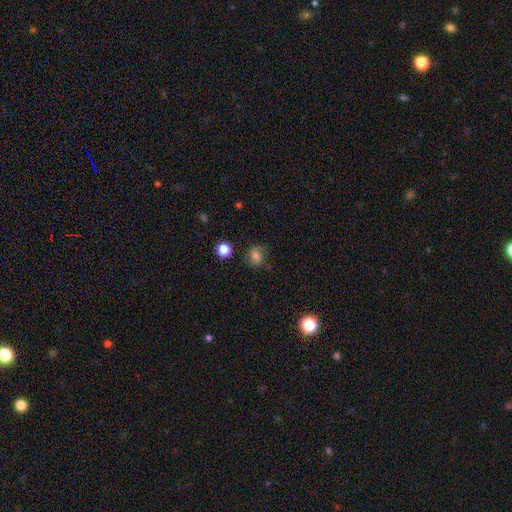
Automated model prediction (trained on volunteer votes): smooth 73%, featured or disk 13%, star or artifact 13%. Down the decision tree: how rounded — round (64%); merging — none (72%).